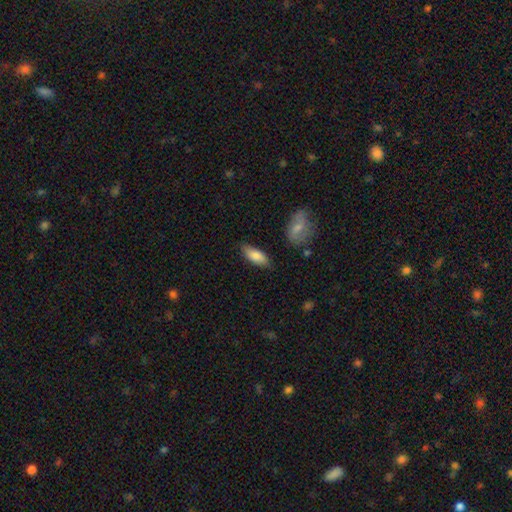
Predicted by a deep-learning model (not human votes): Smooth or featured: smooth — 83% (featured or disk — 11%)
How rounded: in between — 79% (cigar-shaped — 18%)
Merging: none — 80% (minor disturbance — 14%)